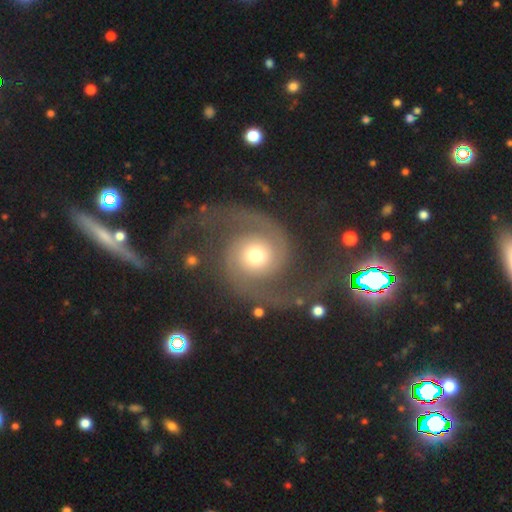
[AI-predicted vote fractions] Smooth or featured: featured or disk — 91% (star or artifact — 5%)
Edge-on disk: no — 98% (yes — 2%)
Bar: no — 74% (weak — 19%)
Spiral arms: yes — 98% (no — 2%)
Spiral winding: medium — 51% (tight — 25%)
Spiral arm count: 2 — 94% (can't tell — 1%)
Bulge size: moderate — 64% (small — 18%)
Merging: none — 73% (major disturbance — 12%)